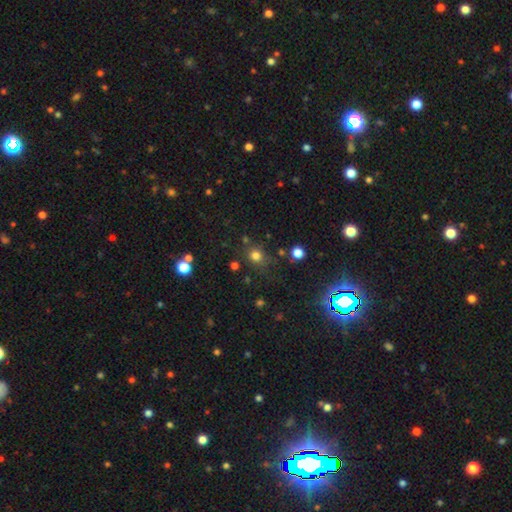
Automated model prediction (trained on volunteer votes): A smooth galaxy with no disk features (76%) that is round (85%). Merging: none (75%).